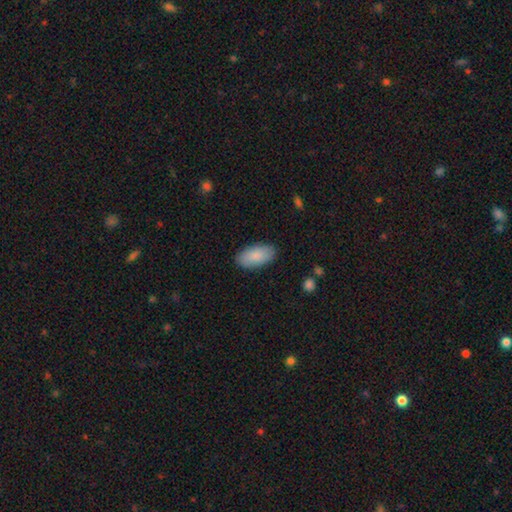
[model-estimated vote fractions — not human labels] Smooth or featured?
  - smooth: 86% *
  - featured or disk: 8%
  - star or artifact: 6%
How rounded?
  - in between: 94% *
  - cigar-shaped: 4%
  - round: 2%
Merging?
  - none: 87% *
  - minor disturbance: 10%
  - major disturbance: 2%
  - merger: 1%